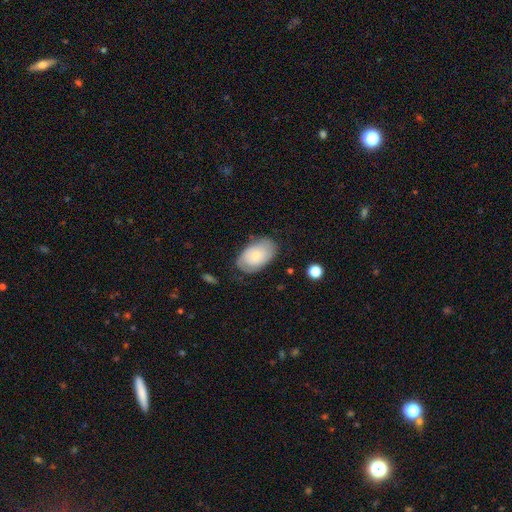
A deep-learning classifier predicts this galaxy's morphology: smooth 62%, featured or disk 32%, star or artifact 6%. Down the decision tree: how rounded — in between (90%); merging — none (69%).